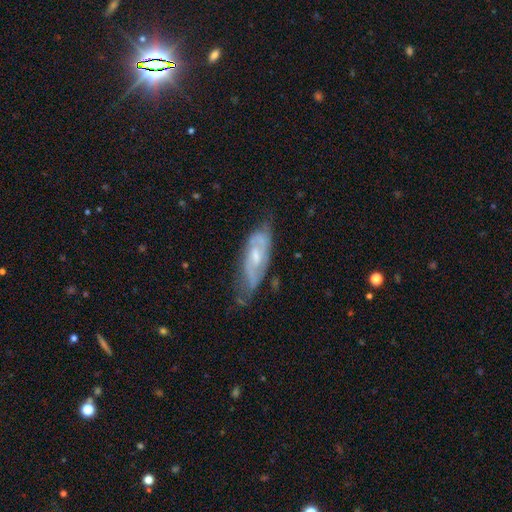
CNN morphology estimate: Q: Smooth or featured?
A: featured or disk (74%); runner-up: smooth (19%)
Q: Edge-on disk?
A: no (84%); runner-up: yes (16%)
Q: Bar?
A: weak (46%); runner-up: no (43%)
Q: Spiral arms?
A: yes (85%); runner-up: no (15%)
Q: Spiral winding?
A: medium (44%); runner-up: tight (40%)
Q: Spiral arm count?
A: 2 (61%); runner-up: can't tell (29%)
Q: Bulge size?
A: small (48%); runner-up: moderate (45%)
Q: Merging?
A: none (60%); runner-up: minor disturbance (29%)